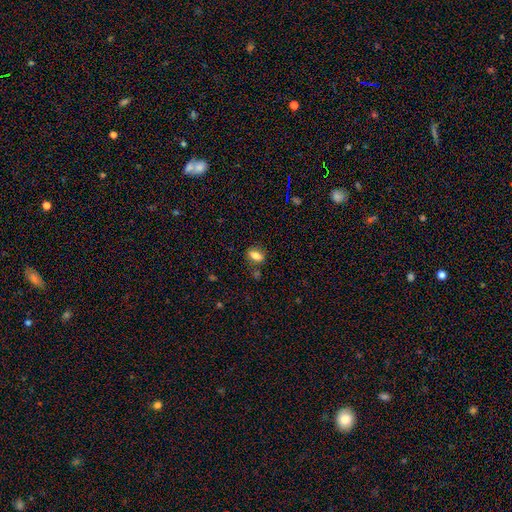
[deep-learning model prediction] Overall: smooth (77%). How rounded: in between (79%). Merging: none (77%).